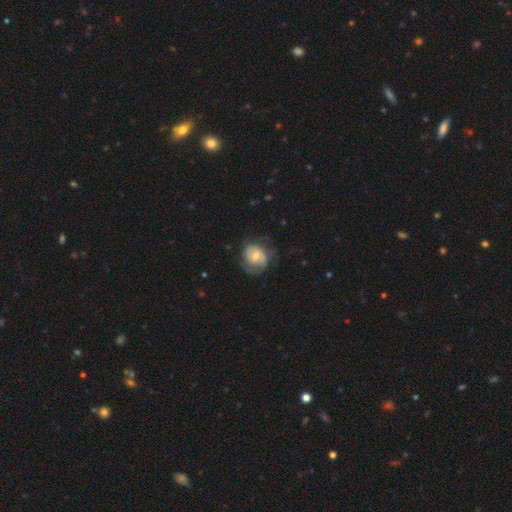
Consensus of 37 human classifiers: smooth-or-featured: smooth: 49% (tied) | featured or disk: 49% (tied) | star or artifact: 3%
  how-rounded: round: 83% | in between: 17% | cigar-shaped: 0%
  merging: none: 47% | minor disturbance: 28% | major disturbance: 19% | merger: 6%